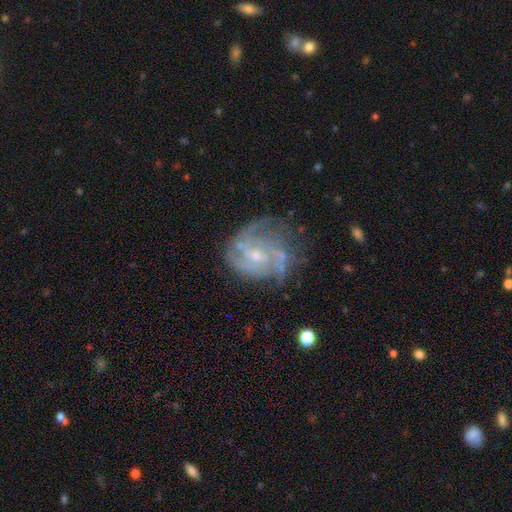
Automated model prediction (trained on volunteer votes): A featured or disk galaxy (82%) with no bar (54%), tight (45%) spiral arms (90%) and a small central bulge (68%). Merging: none (58%).